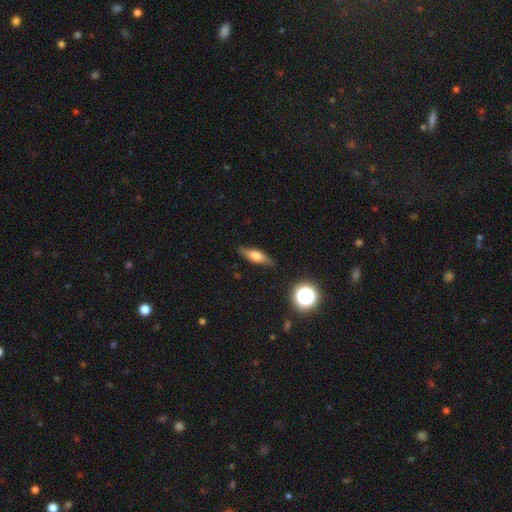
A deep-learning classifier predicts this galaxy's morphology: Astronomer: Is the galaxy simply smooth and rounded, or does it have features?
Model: smooth — 52% (runner-up: featured or disk, 39%).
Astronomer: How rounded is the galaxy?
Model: cigar-shaped — 52% (runner-up: in between, 42%).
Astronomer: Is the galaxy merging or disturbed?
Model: none — 82%.